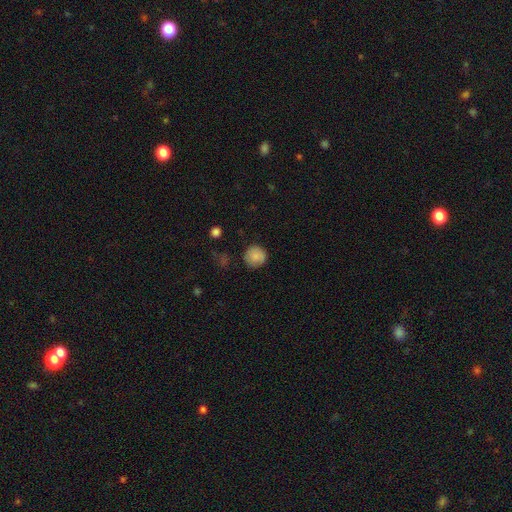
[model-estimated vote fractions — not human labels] Morphology: type=smooth (84%); roundness=round (92%); merging=none (83%).